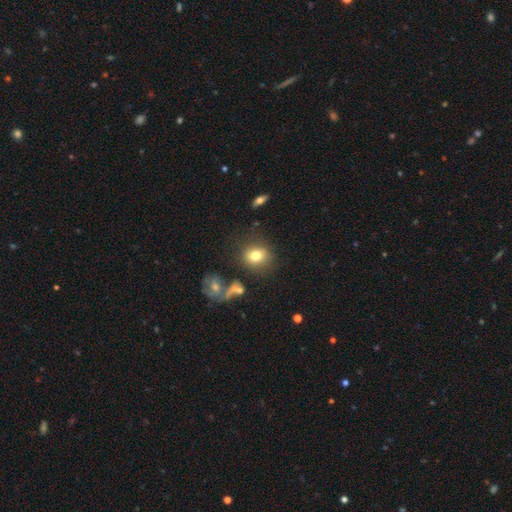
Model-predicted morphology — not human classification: Smooth or featured?
  - smooth: 78% *
  - featured or disk: 11%
  - star or artifact: 11%
How rounded?
  - round: 63% *
  - in between: 36%
  - cigar-shaped: 1%
Merging?
  - none: 76% *
  - minor disturbance: 13%
  - major disturbance: 6%
  - merger: 5%